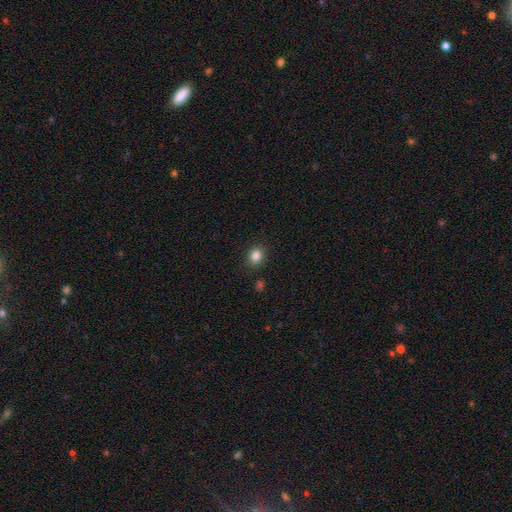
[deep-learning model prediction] Smooth or featured? Predicted: smooth (p=0.84). How rounded? Predicted: round (p=0.67). Merging? Predicted: none (p=0.87).